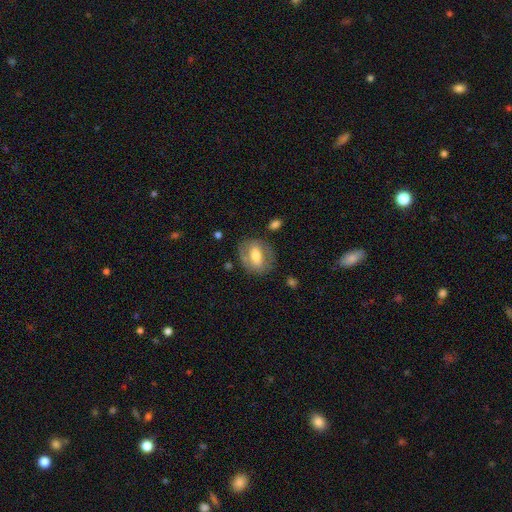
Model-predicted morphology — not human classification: smooth 49%, featured or disk 44%, star or artifact 7%. Down the decision tree: merging — none (76%).